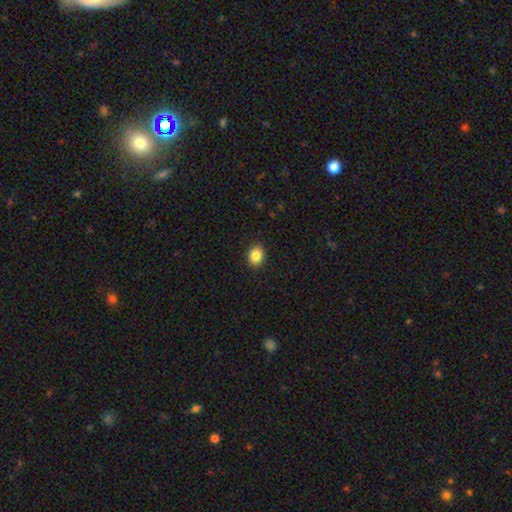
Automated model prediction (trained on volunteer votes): Morphology: type=smooth (85%); roundness=round (54%); merging=none (90%).